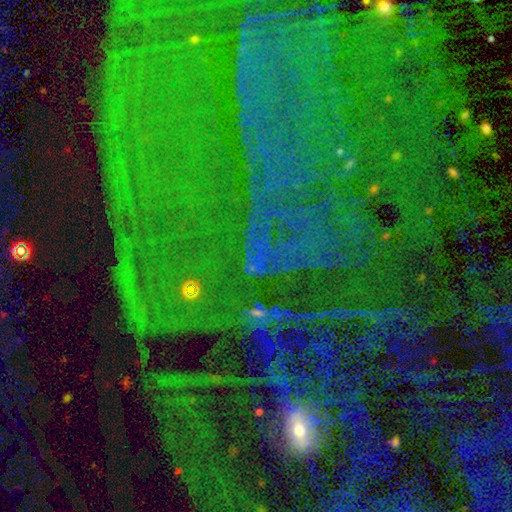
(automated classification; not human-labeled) This is clearly a star or artifact rather than a galaxy (83%).